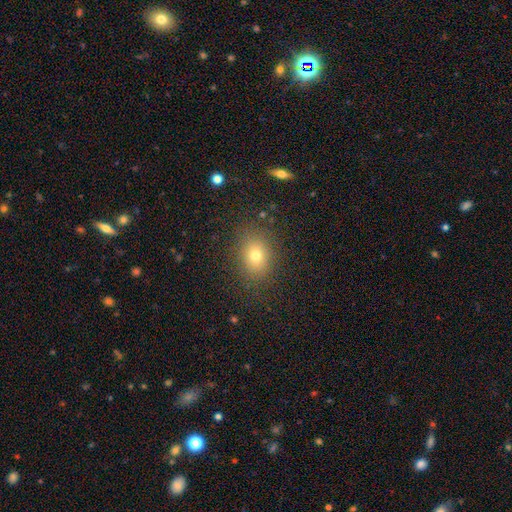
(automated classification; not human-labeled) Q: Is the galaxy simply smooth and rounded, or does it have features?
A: smooth — 74%.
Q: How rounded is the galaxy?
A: in between — 56%.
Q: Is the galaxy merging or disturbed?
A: none — 85%.